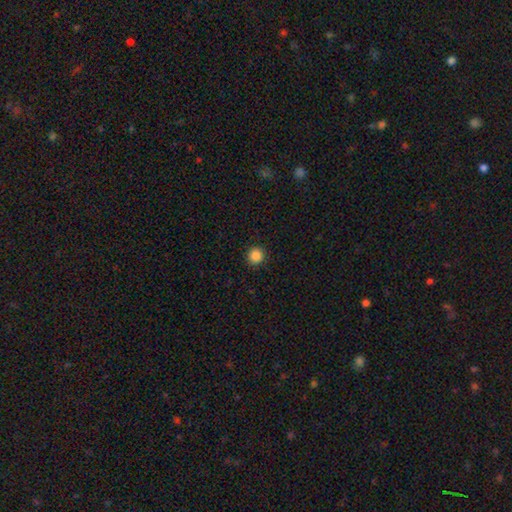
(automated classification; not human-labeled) Smooth or featured?
  - smooth: 86% *
  - star or artifact: 11%
  - featured or disk: 3%
How rounded?
  - round: 95% *
  - in between: 4%
  - cigar-shaped: 1%
Merging?
  - none: 93% *
  - minor disturbance: 4%
  - major disturbance: 2%
  - merger: 1%